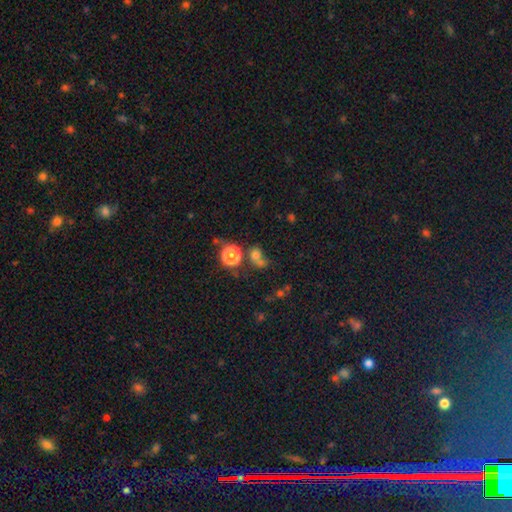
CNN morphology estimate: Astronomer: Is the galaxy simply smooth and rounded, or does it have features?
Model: smooth — 66%.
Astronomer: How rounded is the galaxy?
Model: round — 72%.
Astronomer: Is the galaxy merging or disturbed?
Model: none — 46% (runner-up: merger, 33%).